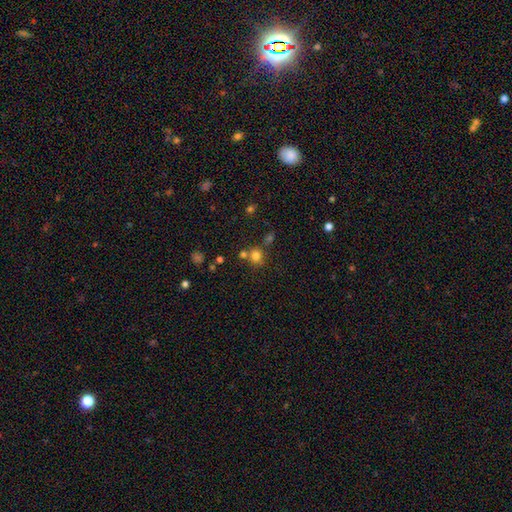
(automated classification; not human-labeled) This appears to be a smooth galaxy with no disk features (77%) that is round (85%). Merging: none (62%).